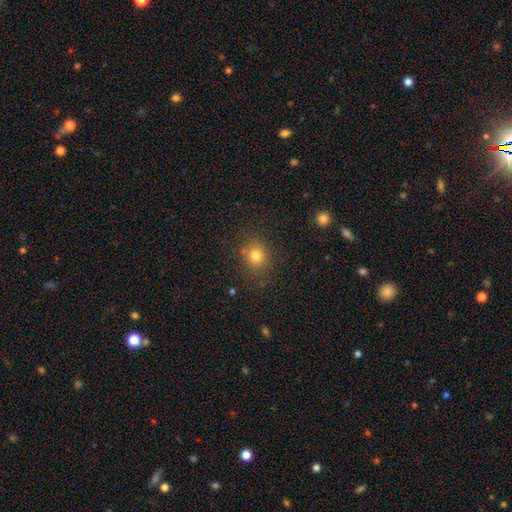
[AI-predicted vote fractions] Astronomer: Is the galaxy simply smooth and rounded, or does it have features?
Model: smooth — 79%.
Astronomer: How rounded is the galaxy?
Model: round — 75%.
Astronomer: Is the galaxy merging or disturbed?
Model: none — 82%.